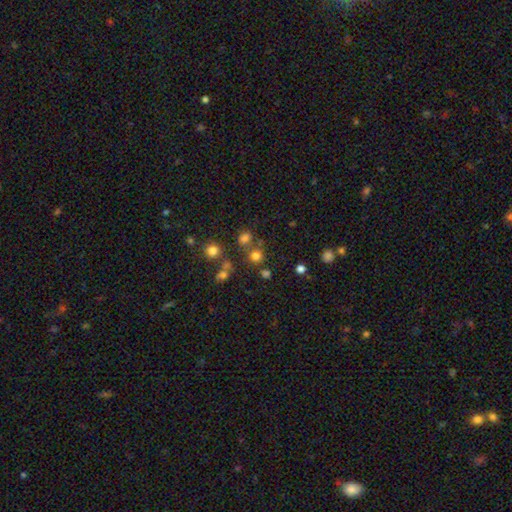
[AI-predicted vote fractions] The model was most divided on "smooth or featured": smooth: 72%, star or artifact: 21%, featured or disk: 7%. More confident: how rounded — round (87%); merging — none (69%).